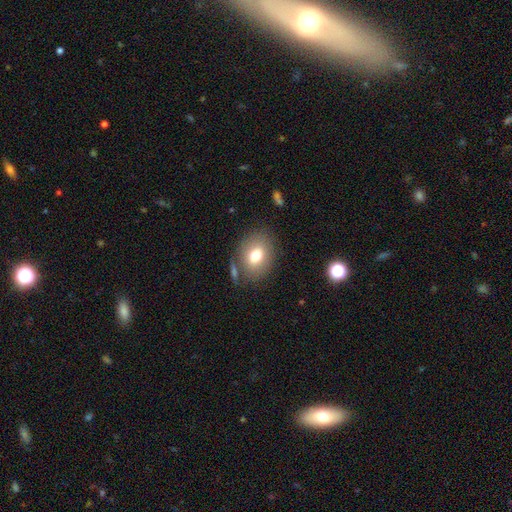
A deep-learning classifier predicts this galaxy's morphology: A smooth galaxy with no disk features (74%) that is in between round and cigar-shaped (67%). Merging: none (75%).